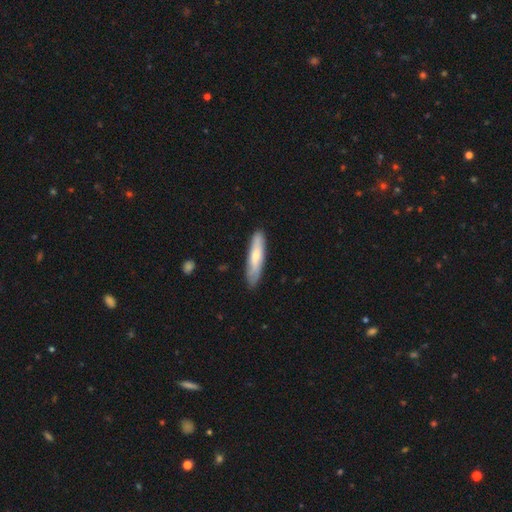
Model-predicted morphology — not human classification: smooth 60%, featured or disk 34%, star or artifact 6%. Down the decision tree: how rounded — cigar-shaped (80%); merging — none (85%).